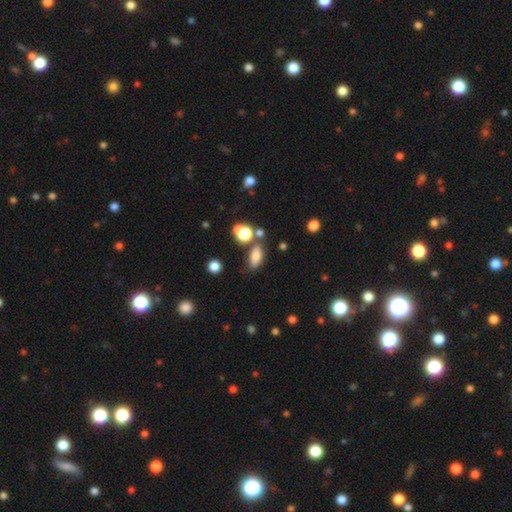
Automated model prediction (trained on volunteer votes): Morphology: type=smooth (76%); roundness=in between (79%); merging=none (64%).